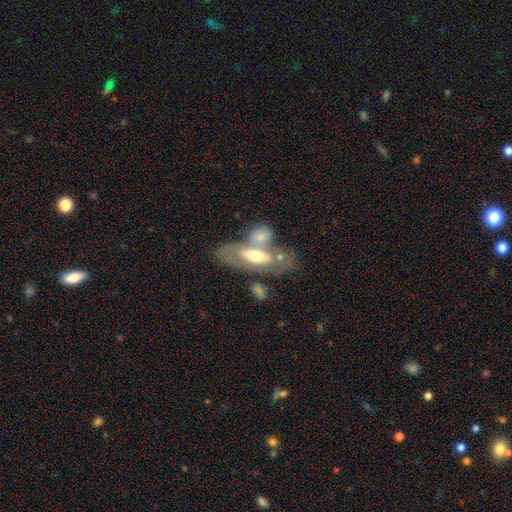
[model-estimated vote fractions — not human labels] A featured or disk galaxy (61%). Merging: merger (47%).